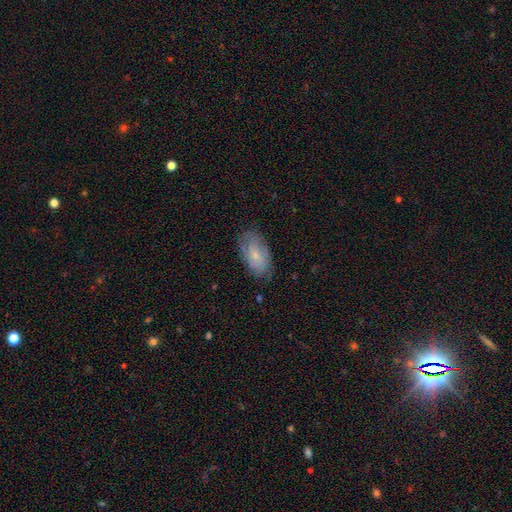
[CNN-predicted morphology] smooth 60%, featured or disk 33%, star or artifact 7%. Down the decision tree: how rounded — in between (93%); merging — none (75%).